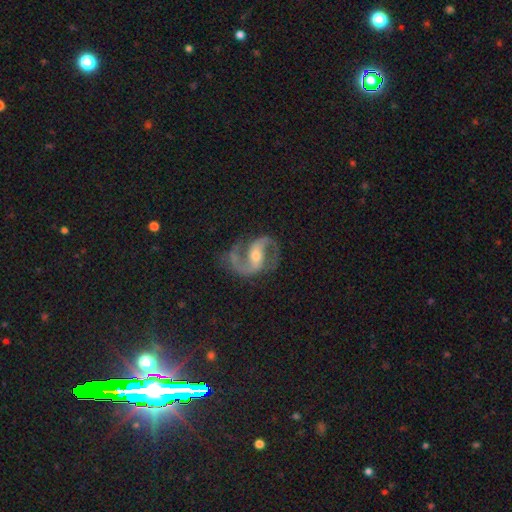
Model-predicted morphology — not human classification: type=featured or disk (92%); edge-on=no (98%); bar=strong (37%, tied with weak); spiral arms=yes (98%); winding=medium (58%); arm count=2 (94%); bulge=moderate (48%); merging=none (77%).